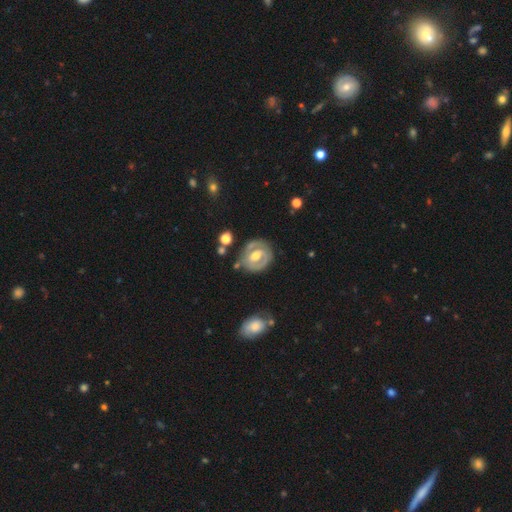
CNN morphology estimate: smooth-or-featured: featured or disk: 73% | smooth: 22% | star or artifact: 5%
  disk-edge-on: no: 96% | yes: 4%
    bar: weak: 44% | no: 32% | strong: 23%
    has-spiral-arms: yes: 65% | no: 35%
    bulge-size: moderate: 71% | small: 16% | large: 11% | none: 2% | dominant: 1%
  merging: none: 70% | minor disturbance: 18% | major disturbance: 7% | merger: 4%